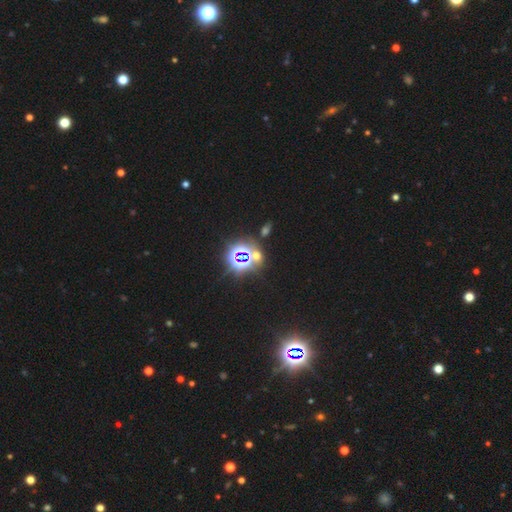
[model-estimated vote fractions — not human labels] This appears to be a star or artifact, not a galaxy (67%).